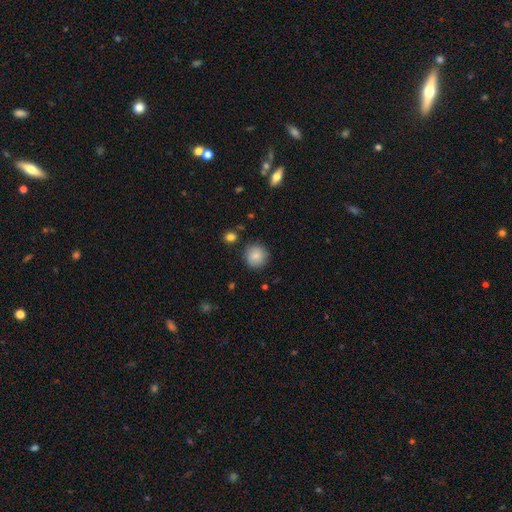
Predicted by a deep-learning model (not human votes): A smooth galaxy with no disk features (85%) that is round (93%). Merging: none (86%).